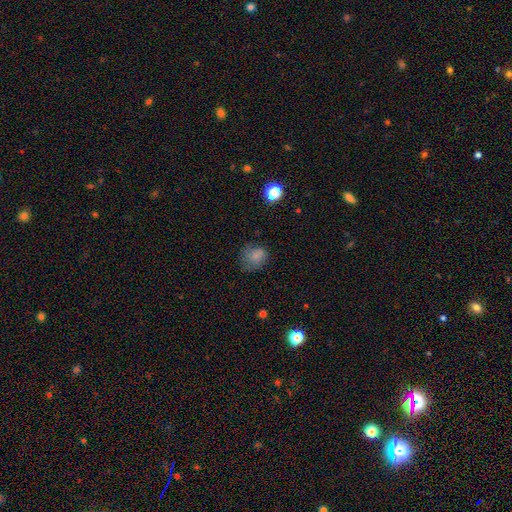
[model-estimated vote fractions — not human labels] Smooth or featured: smooth — 76% (star or artifact — 12%)
How rounded: round — 65% (in between — 34%)
Merging: none — 55% (minor disturbance — 28%)